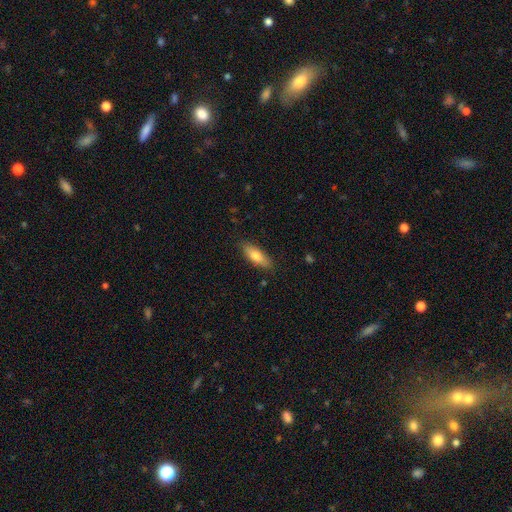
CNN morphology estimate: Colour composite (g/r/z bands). It shows a smooth galaxy with no disk features (75%) that is in between round and cigar-shaped (64%). Merging: none (84%).